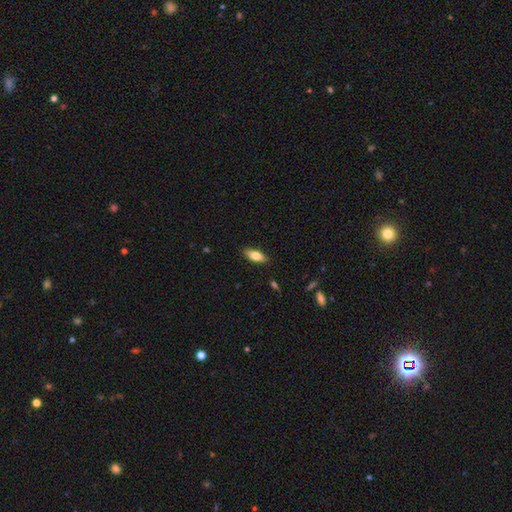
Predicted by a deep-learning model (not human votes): The model was most divided on "how rounded": in between: 77%, cigar-shaped: 21%, round: 2%. More confident: merging — none (87%); smooth or featured — smooth (76%).